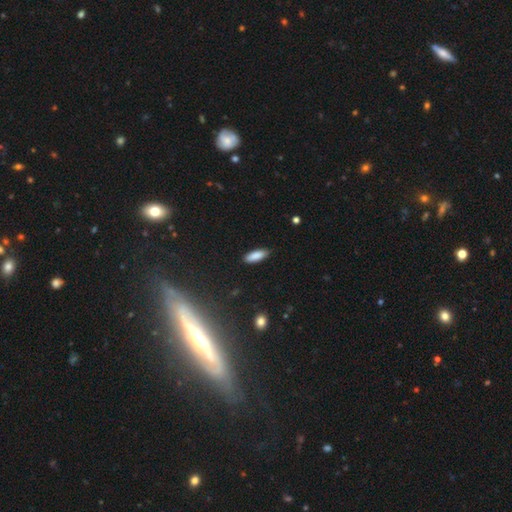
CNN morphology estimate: This appears to be a smooth galaxy with no disk features (86%) that is in between round and cigar-shaped (61%). Merging: none (87%).